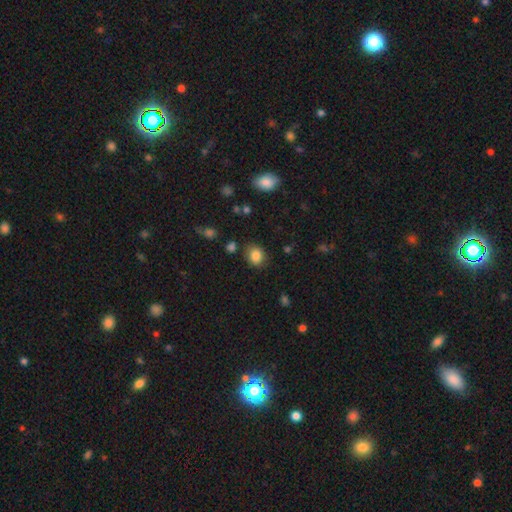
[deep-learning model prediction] smooth 84%, star or artifact 10%, featured or disk 6%. Down the decision tree: how rounded — round (58%); merging — none (78%).